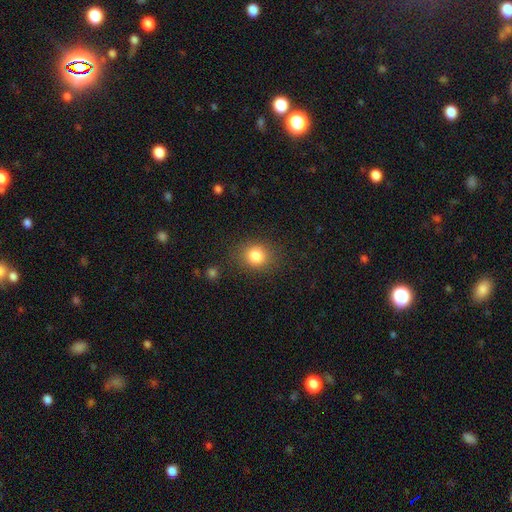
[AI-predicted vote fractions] smooth_or_featured: smooth (p=0.83) [alt: star or artifact p=0.11]
how_rounded: round (p=0.72) [alt: in between p=0.27]
merging: none (p=0.82) [alt: minor disturbance p=0.12]